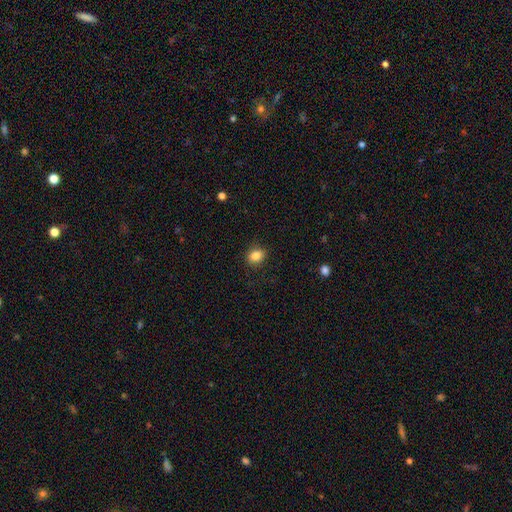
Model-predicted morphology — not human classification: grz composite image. It shows a smooth galaxy with no disk features (85%) that is round (51%). Merging: none (86%).